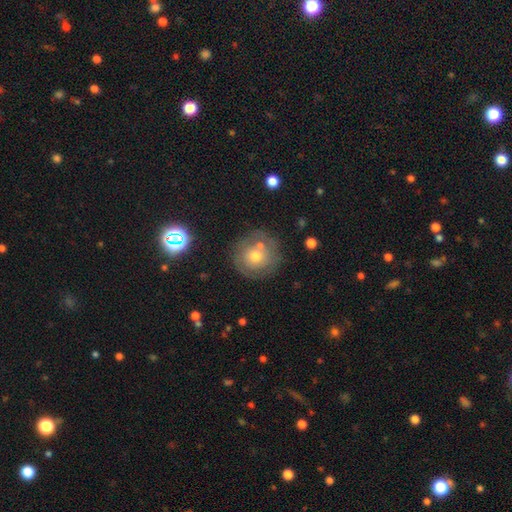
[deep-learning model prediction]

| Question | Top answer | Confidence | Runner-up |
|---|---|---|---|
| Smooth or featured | smooth | 48% | featured or disk (40%) |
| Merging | none | 69% | minor disturbance (14%) |